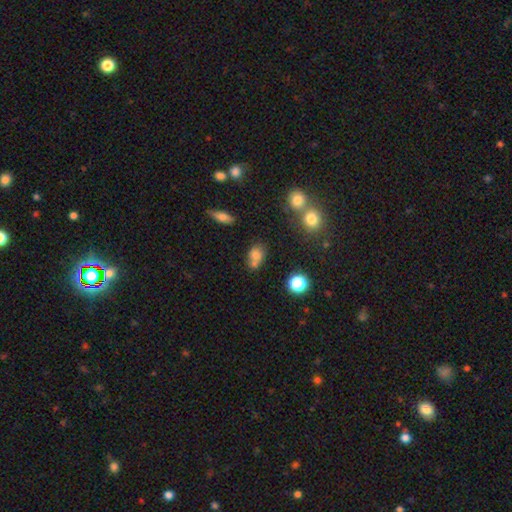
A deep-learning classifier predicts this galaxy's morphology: The model was most divided on "merging": none: 45%, merger: 37%, minor disturbance: 13%, major disturbance: 5%. More confident: smooth or featured — smooth (73%); how rounded — in between (55%).